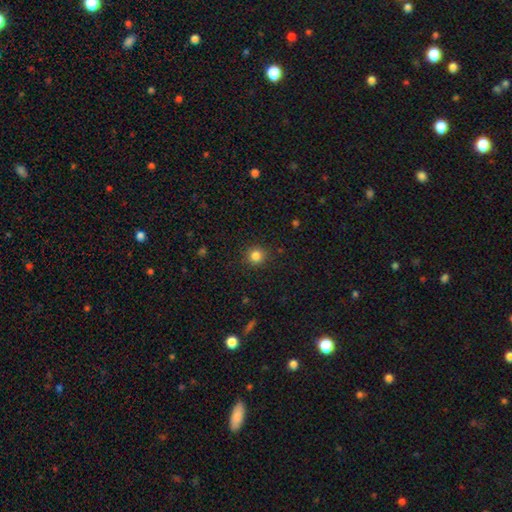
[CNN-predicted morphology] Smooth or featured?
  - smooth: 84% *
  - star or artifact: 11%
  - featured or disk: 4%
How rounded?
  - round: 92% *
  - in between: 7%
  - cigar-shaped: 1%
Merging?
  - none: 89% *
  - minor disturbance: 7%
  - major disturbance: 3%
  - merger: 1%